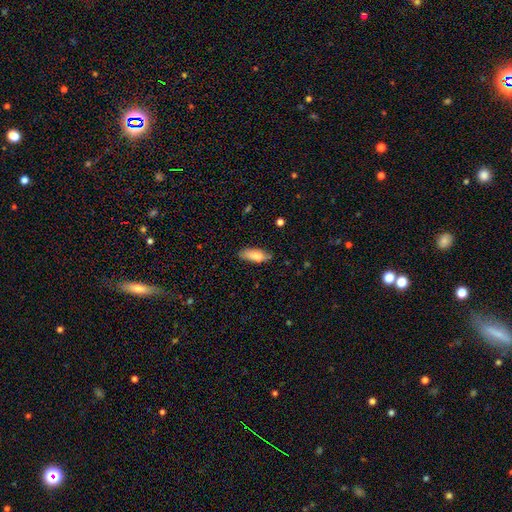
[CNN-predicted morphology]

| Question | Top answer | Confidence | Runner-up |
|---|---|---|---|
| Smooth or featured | smooth | 81% | featured or disk (13%) |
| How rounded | in between | 74% | cigar-shaped (24%) |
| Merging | none | 71% | minor disturbance (23%) |